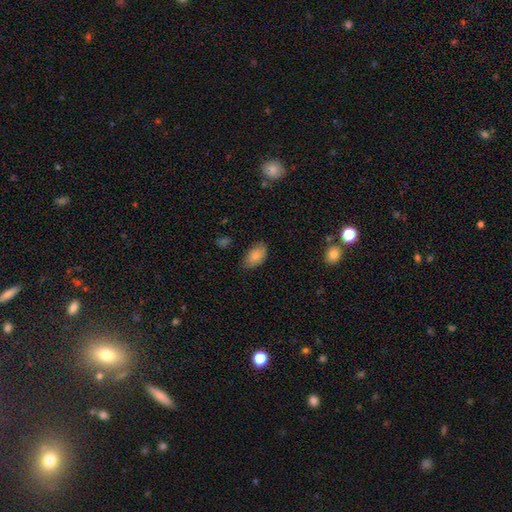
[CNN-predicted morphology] This appears to be a smooth galaxy with no disk features (86%) that is in between round and cigar-shaped (93%). Merging: none (74%).